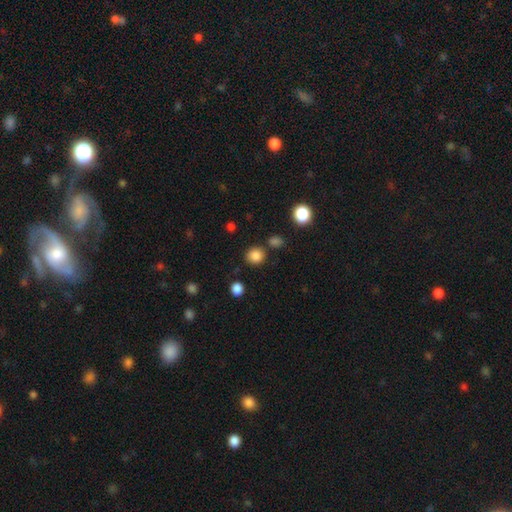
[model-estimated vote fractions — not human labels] Smooth or featured?
  - smooth: 85% *
  - star or artifact: 11%
  - featured or disk: 4%
How rounded?
  - round: 84% *
  - in between: 15%
  - cigar-shaped: 1%
Merging?
  - none: 83% *
  - minor disturbance: 8%
  - merger: 6%
  - major disturbance: 3%